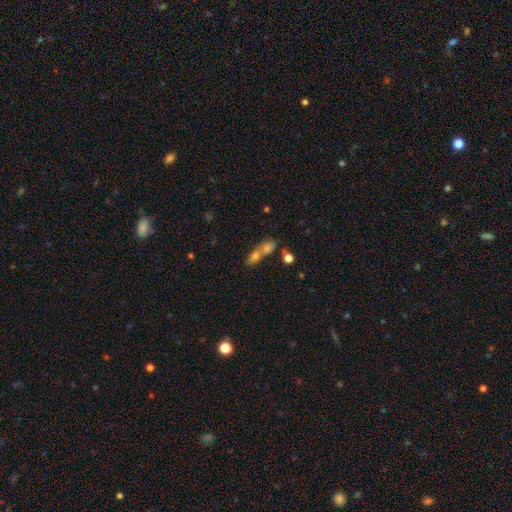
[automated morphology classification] smooth-or-featured: smooth: 51% | star or artifact: 25% | featured or disk: 24%
  how-rounded: in between: 54% | round: 26% | cigar-shaped: 20%
  merging: none: 42% | merger: 41% | minor disturbance: 10% | major disturbance: 7%